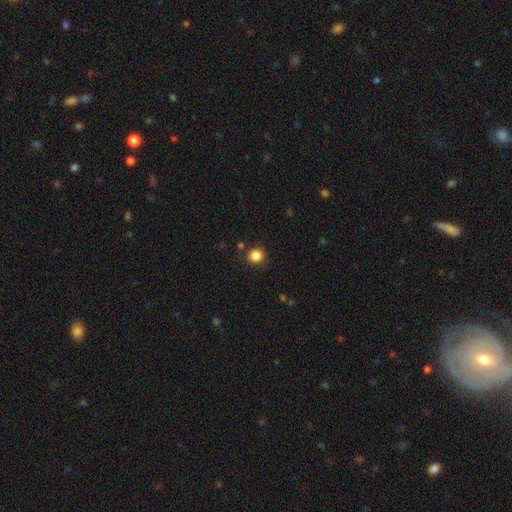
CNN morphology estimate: Smooth or featured: smooth — 85% (star or artifact — 11%)
How rounded: round — 90% (in between — 9%)
Merging: none — 86% (minor disturbance — 9%)